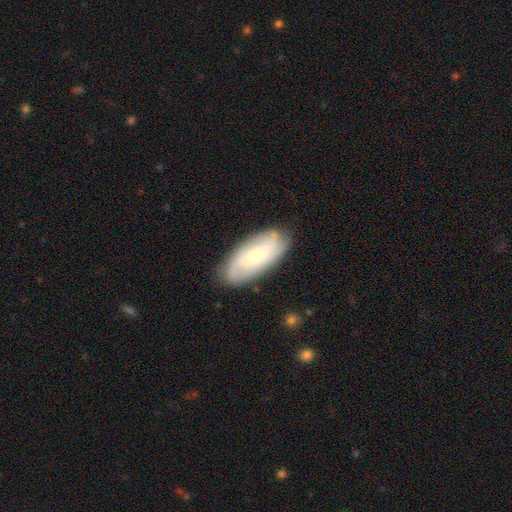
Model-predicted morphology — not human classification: type=featured or disk (52%); edge-on=no (87%); merging=none (83%).